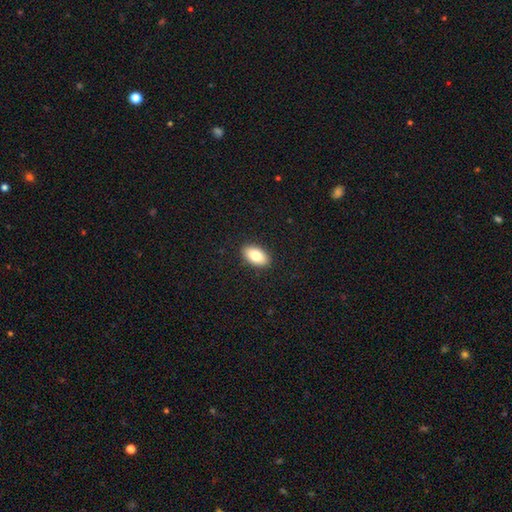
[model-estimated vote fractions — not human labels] smooth_or_featured: smooth (p=0.81) [alt: featured or disk p=0.12]
how_rounded: in between (p=0.93) [alt: round p=0.05]
merging: none (p=0.90) [alt: minor disturbance p=0.07]